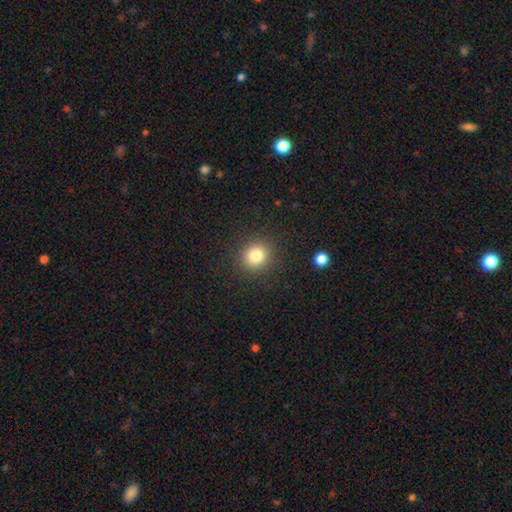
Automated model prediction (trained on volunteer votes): Overall: smooth (80%). How rounded: round (87%). Merging: none (89%).